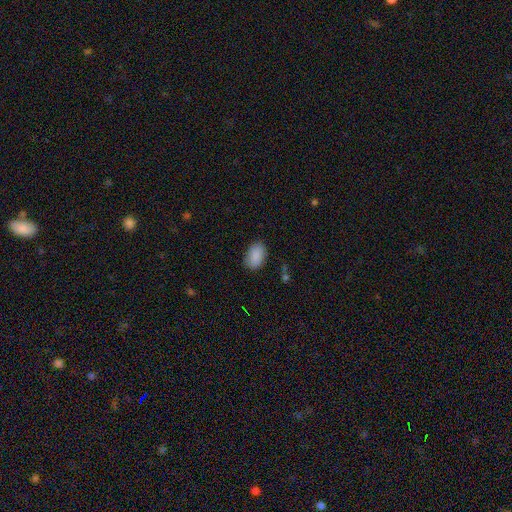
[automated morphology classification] smooth_or_featured: smooth (p=0.89) [alt: star or artifact p=0.07]
how_rounded: in between (p=0.89) [alt: round p=0.10]
merging: none (p=0.83) [alt: minor disturbance p=0.13]